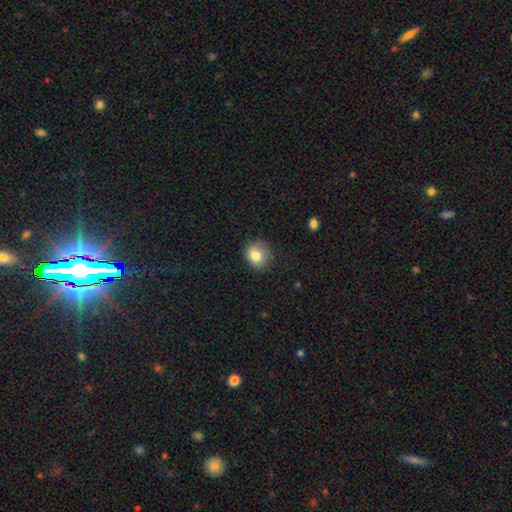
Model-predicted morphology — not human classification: A smooth galaxy with no disk features (81%) that is round (78%).

Vote fractions:
- Smooth or featured? smooth: 81% / star or artifact: 10% / featured or disk: 9%
- How rounded? round: 78% / in between: 21% / cigar-shaped: 1%
- Merging? none: 75% / minor disturbance: 19% / major disturbance: 4% / merger: 1%